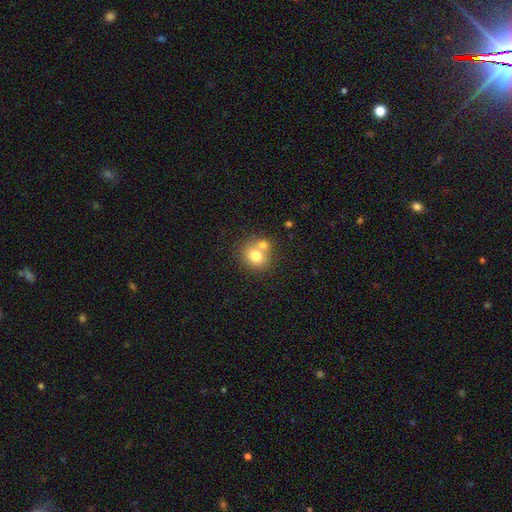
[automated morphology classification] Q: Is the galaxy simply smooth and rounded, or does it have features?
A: smooth — 75%.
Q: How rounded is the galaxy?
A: round — 80%.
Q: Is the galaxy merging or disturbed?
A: none — 50%.